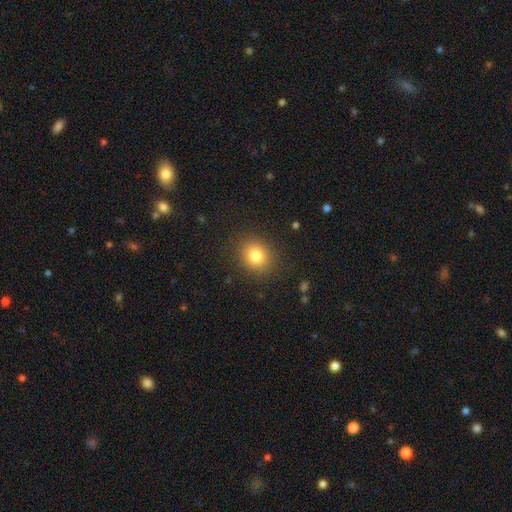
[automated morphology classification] A smooth galaxy with no disk features (80%) that is round (71%). Merging: none (88%).